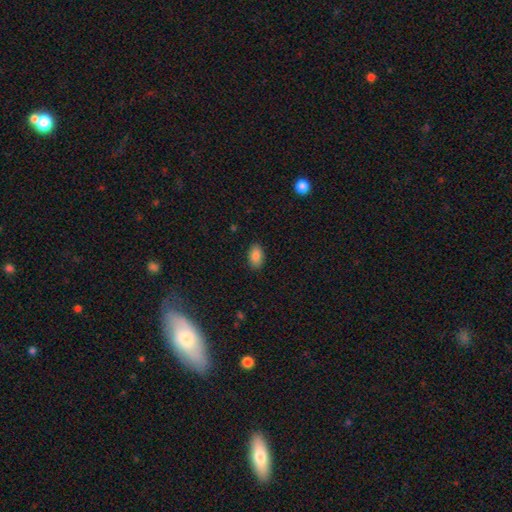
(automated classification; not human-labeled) Smooth or featured: smooth — 88% (star or artifact — 8%)
How rounded: in between — 93% (round — 6%)
Merging: none — 88% (minor disturbance — 9%)